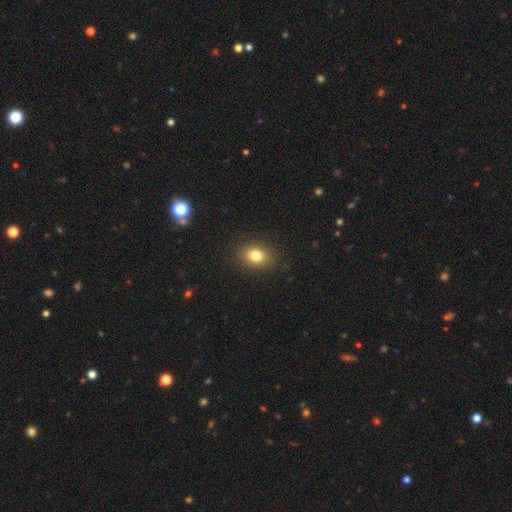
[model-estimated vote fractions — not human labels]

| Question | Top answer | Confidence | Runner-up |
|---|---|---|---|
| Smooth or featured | smooth | 80% | star or artifact (11%) |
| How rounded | in between | 58% | round (41%) |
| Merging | none | 88% | minor disturbance (8%) |